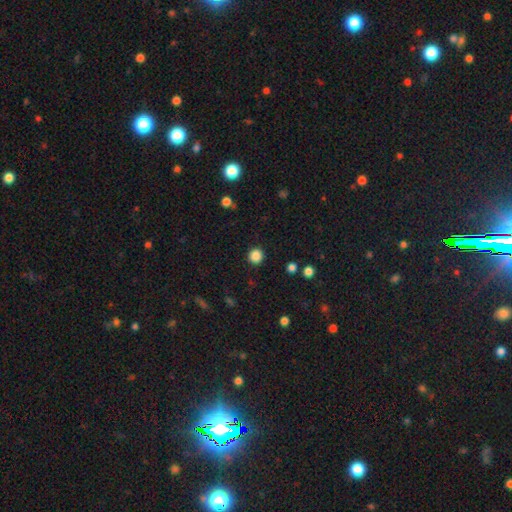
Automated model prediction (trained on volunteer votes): Smooth or featured?
  - smooth: 86% *
  - star or artifact: 11%
  - featured or disk: 3%
How rounded?
  - round: 94% *
  - in between: 5%
  - cigar-shaped: 1%
Merging?
  - none: 92% *
  - minor disturbance: 5%
  - major disturbance: 2%
  - merger: 1%